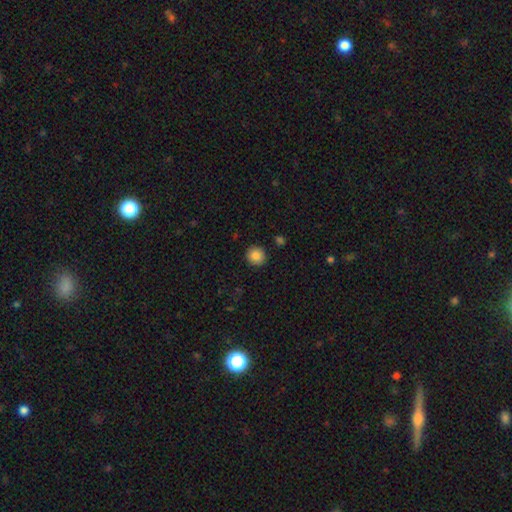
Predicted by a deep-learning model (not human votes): A smooth galaxy with no disk features (85%) that is round (93%). Merging: none (91%).